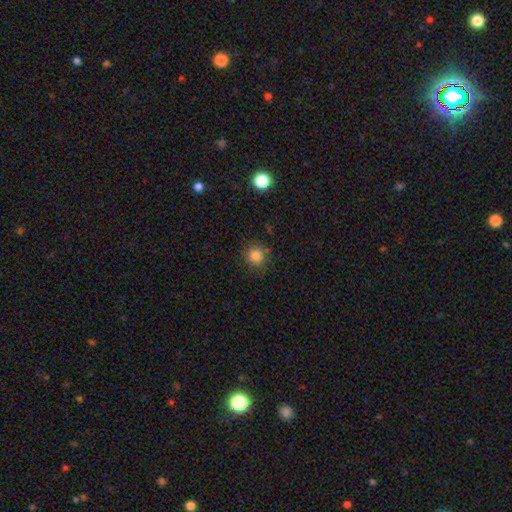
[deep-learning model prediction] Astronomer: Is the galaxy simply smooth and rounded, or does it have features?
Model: smooth — 83%.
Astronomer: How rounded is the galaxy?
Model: round — 91%.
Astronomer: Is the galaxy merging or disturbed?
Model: none — 83%.